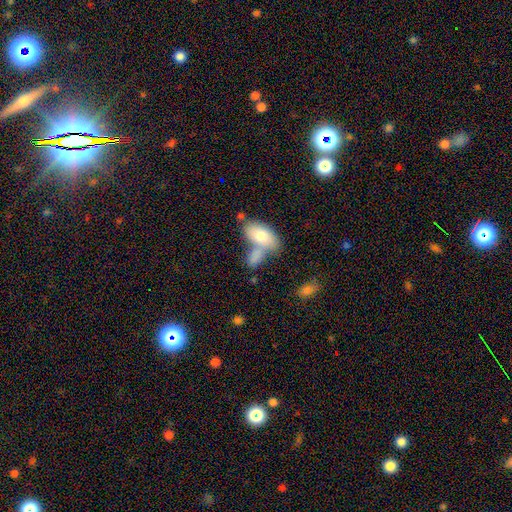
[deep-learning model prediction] A smooth galaxy with no disk features (76%) that is in between round and cigar-shaped (88%). Merging: merger (53%).